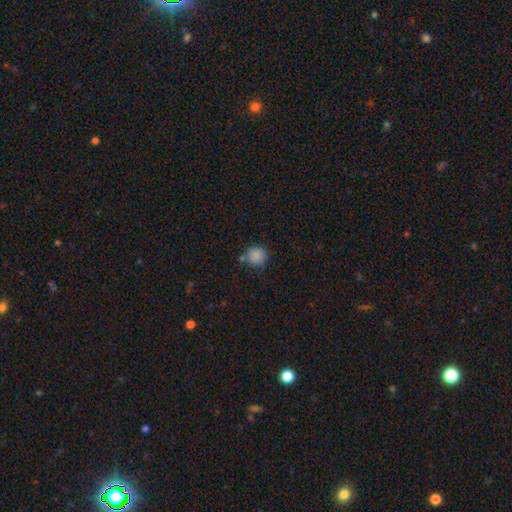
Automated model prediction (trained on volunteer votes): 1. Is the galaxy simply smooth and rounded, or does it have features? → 86% smooth, 10% star or artifact, 4% featured or disk.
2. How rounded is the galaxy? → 92% round, 7% in between, 1% cigar-shaped.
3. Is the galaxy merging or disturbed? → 74% none, 13% minor disturbance, 10% merger, 4% major disturbance.